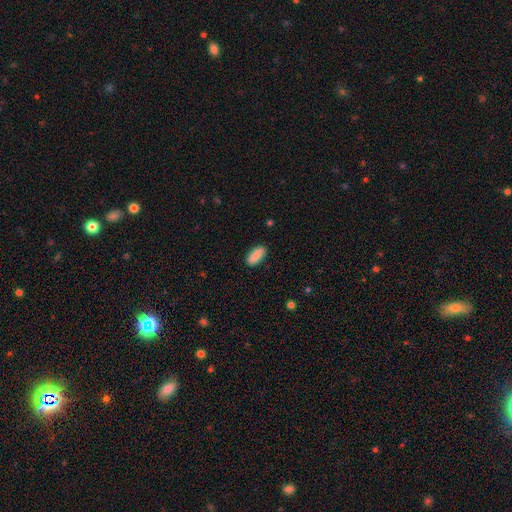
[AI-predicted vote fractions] Overall: smooth (88%). How rounded: in between (78%). Merging: none (88%).